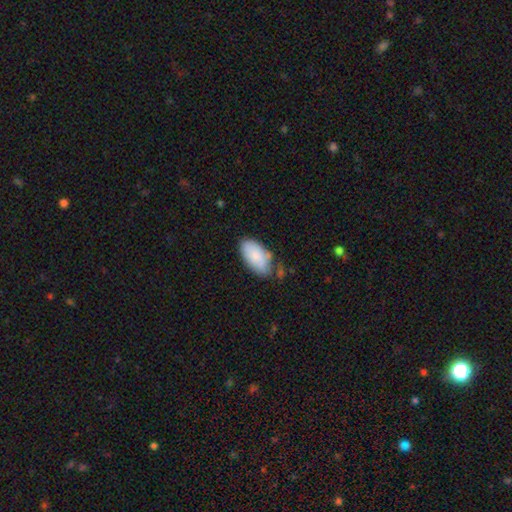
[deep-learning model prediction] Smooth or featured? Predicted: smooth (p=0.82). How rounded? Predicted: in between (p=0.95). Merging? Predicted: none (p=0.62).